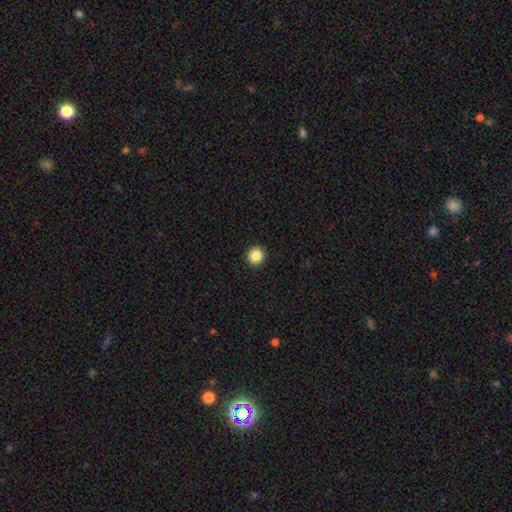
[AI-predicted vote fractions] Smooth or featured? smooth (87%)
How rounded? round (94%)
Merging? none (94%)